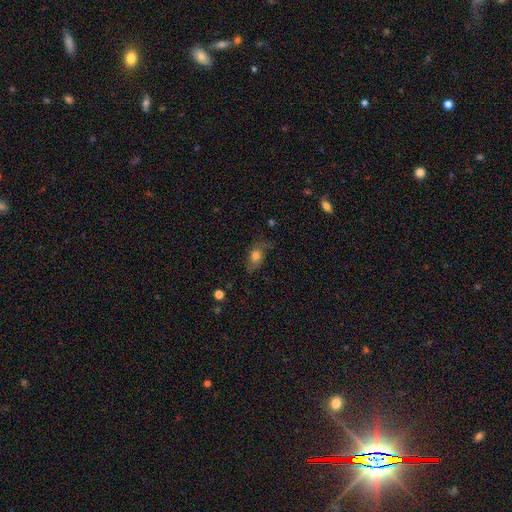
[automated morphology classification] Overall: smooth (71%). How rounded: in between (70%). Merging: none (55%; minor disturbance 29%).